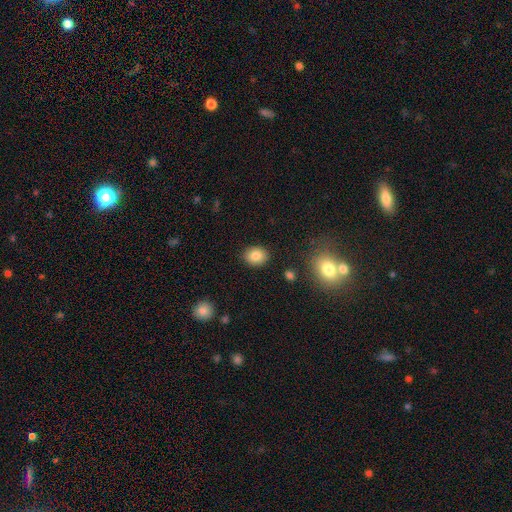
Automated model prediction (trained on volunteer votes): This is clearly a smooth galaxy (84%). How rounded: possibly round (51%). Merging: clearly none (88%).